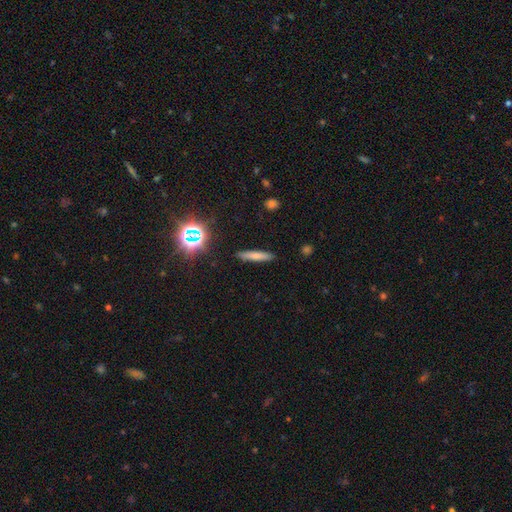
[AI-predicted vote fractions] smooth-or-featured: smooth: 71% | featured or disk: 17% | star or artifact: 12%
  how-rounded: cigar-shaped: 87% | in between: 10% | round: 2%
  merging: none: 88% | minor disturbance: 8% | major disturbance: 2% | merger: 2%